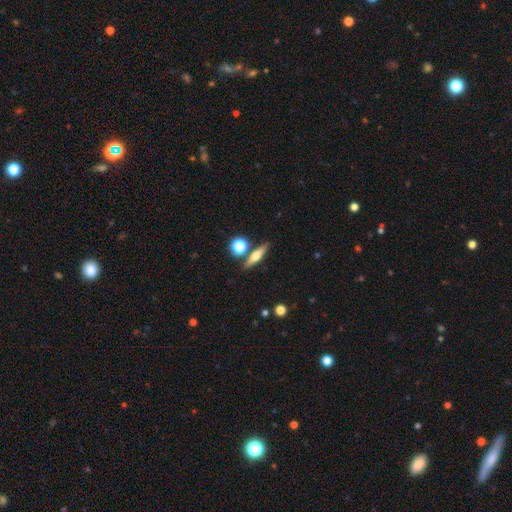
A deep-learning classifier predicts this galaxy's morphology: smooth-or-featured: featured or disk: 49% | smooth: 42% | star or artifact: 9%
  merging: none: 80% | merger: 9% | minor disturbance: 8% | major disturbance: 2%